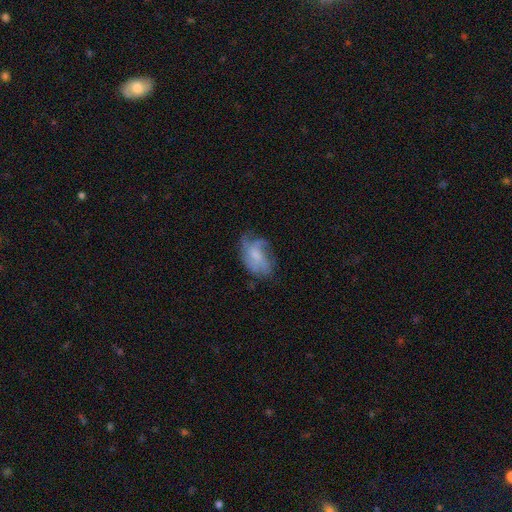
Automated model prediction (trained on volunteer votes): Smooth or featured? featured or disk (53%)
Edge-on disk? no (96%)
Bar? no (68%)
Spiral arms? yes (71%)
Bulge size? moderate (40%)
Merging? none (51%)